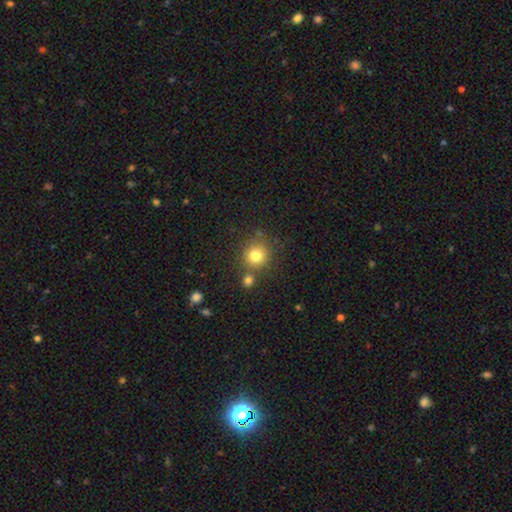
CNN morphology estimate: Q: Smooth or featured?
A: smooth (79%); runner-up: star or artifact (13%)
Q: How rounded?
A: round (90%); runner-up: in between (9%)
Q: Merging?
A: none (74%); runner-up: merger (13%)